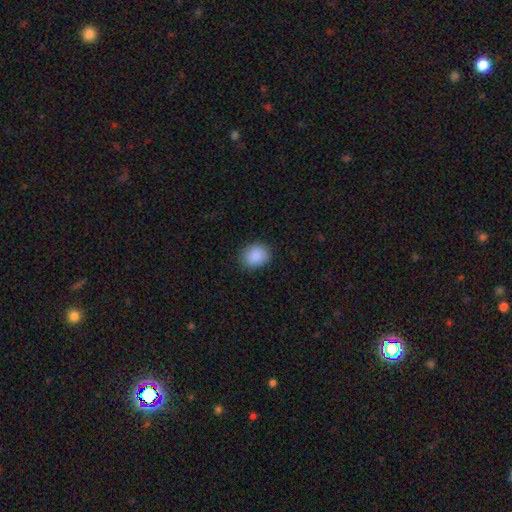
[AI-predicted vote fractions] Smooth or featured: smooth — 89% (star or artifact — 8%)
How rounded: round — 55% (in between — 44%)
Merging: none — 87% (minor disturbance — 10%)